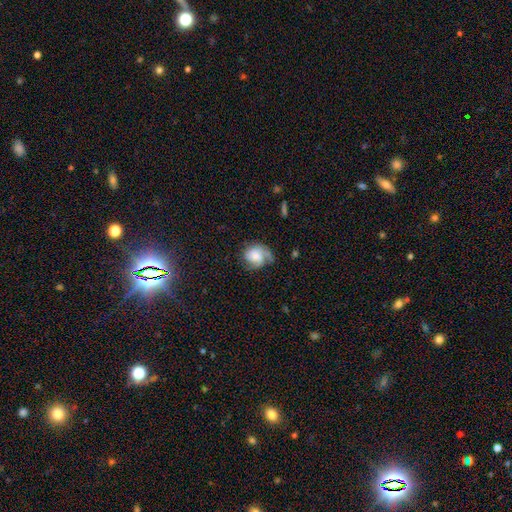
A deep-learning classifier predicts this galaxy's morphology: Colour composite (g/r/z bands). It shows a featured or disk galaxy (54%) with no bar (74%), spiral arms (88%) and a moderate central bulge (35%). Merging: none (48%).